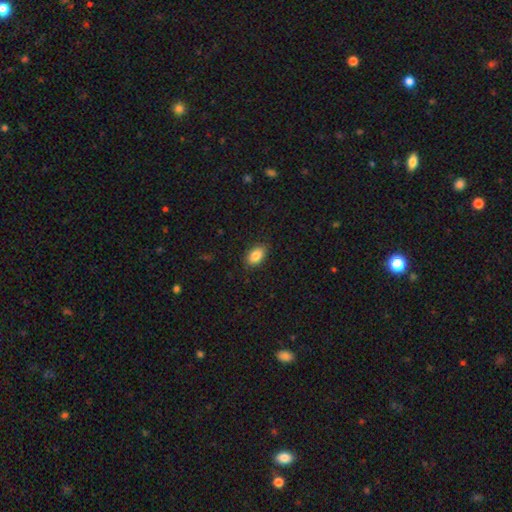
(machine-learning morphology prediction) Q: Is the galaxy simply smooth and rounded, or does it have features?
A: smooth — 85%.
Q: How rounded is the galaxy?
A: in between — 90%.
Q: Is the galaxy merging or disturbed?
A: none — 86%.